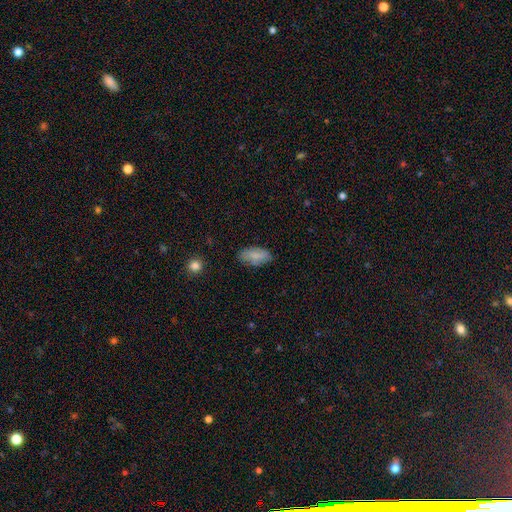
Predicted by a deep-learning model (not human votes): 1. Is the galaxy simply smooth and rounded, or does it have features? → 81% smooth, 12% featured or disk, 7% star or artifact.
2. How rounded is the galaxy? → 92% in between, 5% cigar-shaped, 3% round.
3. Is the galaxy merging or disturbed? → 77% none, 18% minor disturbance, 4% major disturbance, 1% merger.